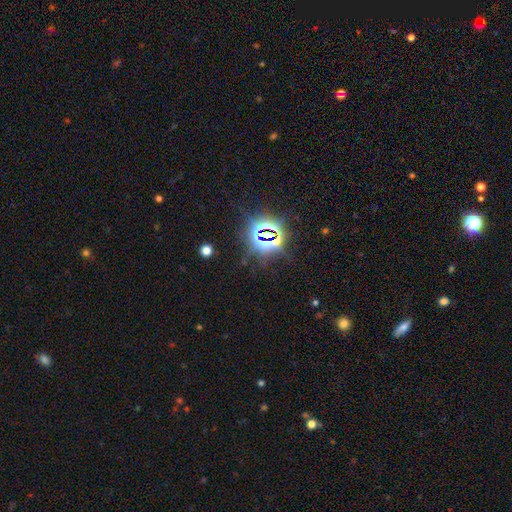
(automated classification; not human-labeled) Smooth or featured? star or artifact (83%)